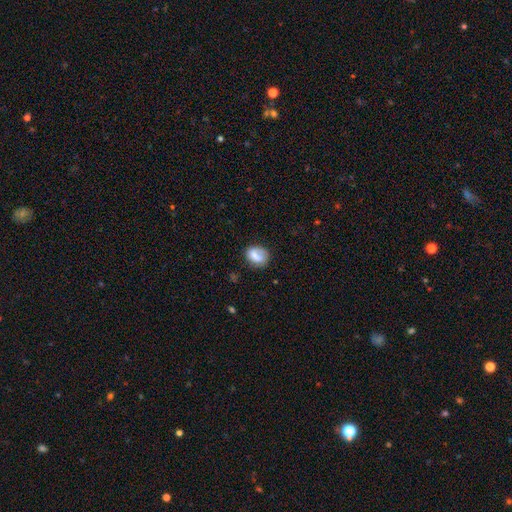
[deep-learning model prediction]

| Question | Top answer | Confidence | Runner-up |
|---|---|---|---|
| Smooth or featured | smooth | 72% | featured or disk (19%) |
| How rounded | in between | 51% | round (47%) |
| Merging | none | 65% | minor disturbance (22%) |